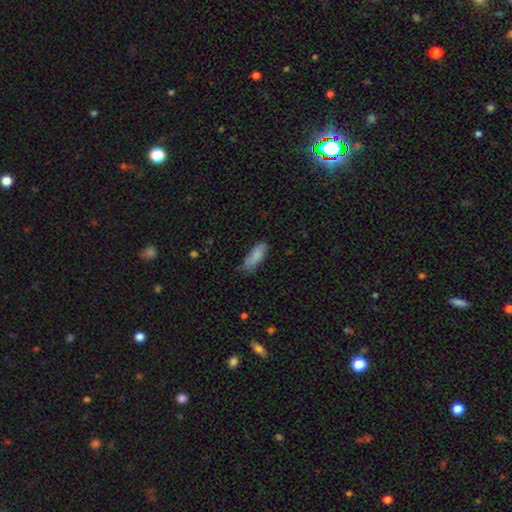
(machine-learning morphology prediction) smooth 85%, featured or disk 9%, star or artifact 6%. Down the decision tree: how rounded — in between (68%); merging — none (67%).